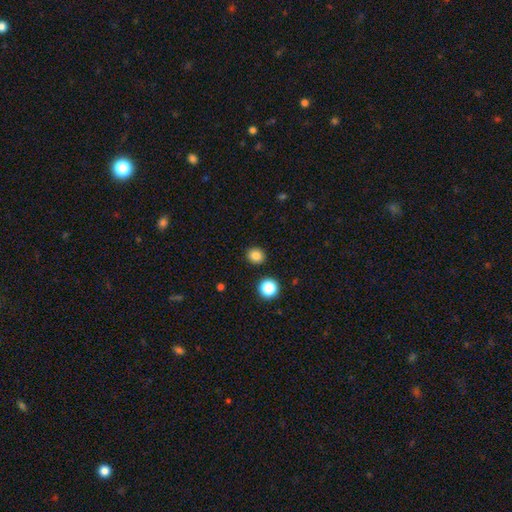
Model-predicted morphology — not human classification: Q: Smooth or featured?
A: smooth (83%); runner-up: star or artifact (12%)
Q: How rounded?
A: round (80%); runner-up: in between (19%)
Q: Merging?
A: none (90%); runner-up: minor disturbance (6%)